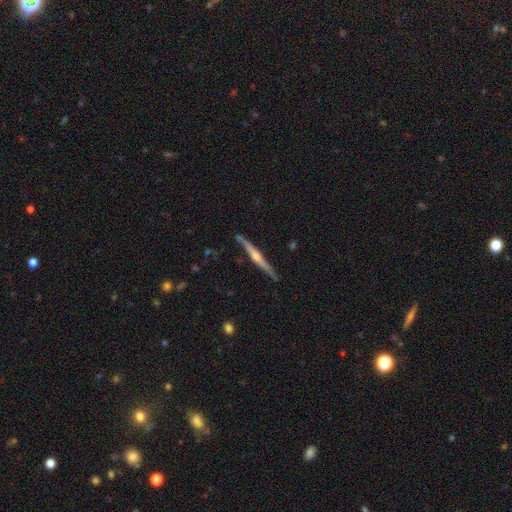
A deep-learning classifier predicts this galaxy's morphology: The model was most divided on "smooth or featured": featured or disk: 79%, smooth: 16%, star or artifact: 5%. More confident: edge-on disk — yes (98%); merging — none (88%); edge-on bulge — rounded (83%).